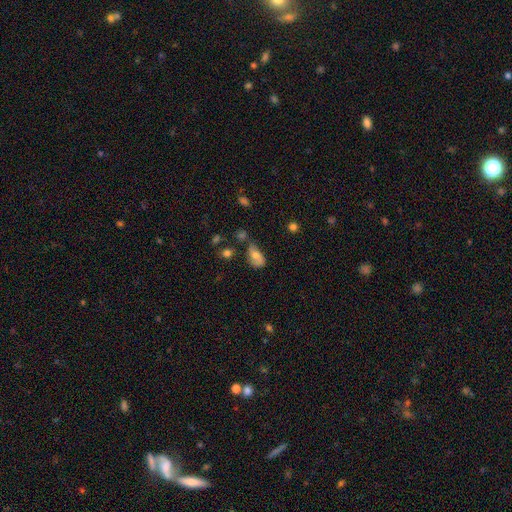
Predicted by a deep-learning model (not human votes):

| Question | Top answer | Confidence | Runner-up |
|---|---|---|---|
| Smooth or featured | smooth | 56% | featured or disk (34%) |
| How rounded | in between | 87% | round (9%) |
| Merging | none | 40% | minor disturbance (35%) |